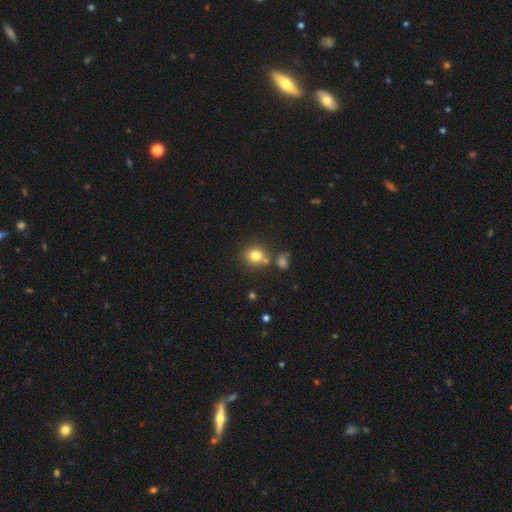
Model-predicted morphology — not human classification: This is likely a smooth galaxy (79%). How rounded: clearly round (86%). Merging: likely none (72%).